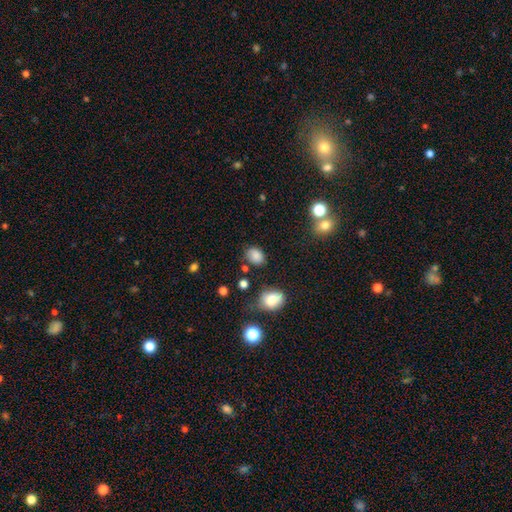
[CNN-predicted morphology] This appears to be a smooth galaxy with no disk features (83%) that is in between round and cigar-shaped (64%). Merging: none (72%).